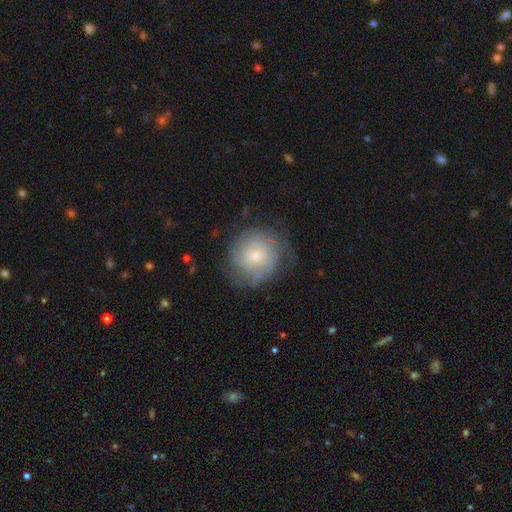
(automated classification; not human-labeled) smooth_or_featured: featured or disk (p=0.56) [alt: smooth p=0.36]
disk_edge_on: no (p=0.97) [alt: yes p=0.03]
bar: no (p=0.74) [alt: weak p=0.23]
has_spiral_arms: yes (p=0.81) [alt: no p=0.19]
bulge_size: small (p=0.64) [alt: moderate p=0.31]
merging: none (p=0.68) [alt: minor disturbance p=0.20]